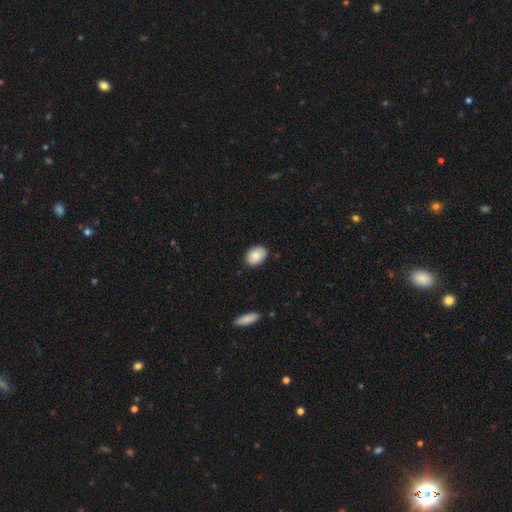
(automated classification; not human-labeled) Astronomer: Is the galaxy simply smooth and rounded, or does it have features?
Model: smooth — 86%.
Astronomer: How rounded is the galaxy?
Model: in between — 77%.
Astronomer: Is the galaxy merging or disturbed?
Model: none — 85%.